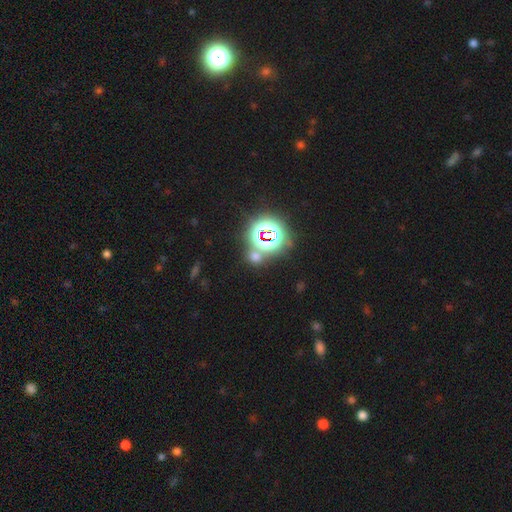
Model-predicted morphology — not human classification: A star or artifact, not a galaxy (56%).

Vote fractions:
- Smooth or featured? star or artifact: 56% / smooth: 37% / featured or disk: 8%